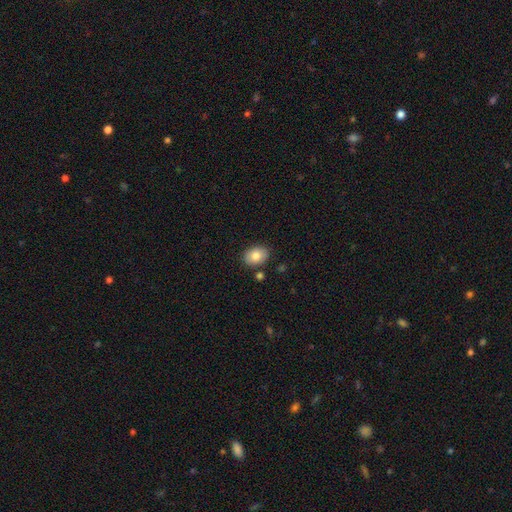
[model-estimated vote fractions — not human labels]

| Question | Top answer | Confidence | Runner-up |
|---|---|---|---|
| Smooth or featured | smooth | 82% | featured or disk (10%) |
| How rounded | in between | 73% | round (27%) |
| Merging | none | 84% | minor disturbance (10%) |